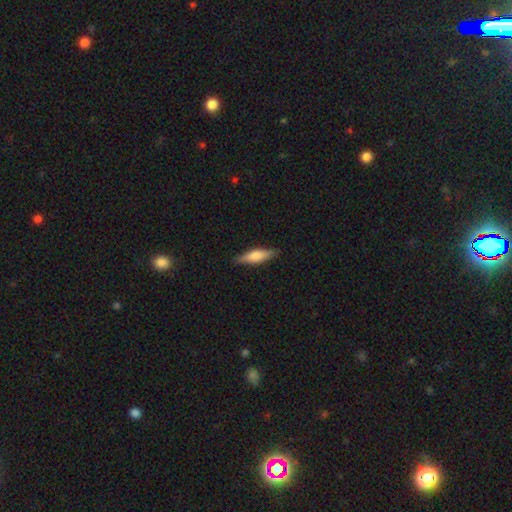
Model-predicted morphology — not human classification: Smooth or featured: smooth — 57% (featured or disk — 36%)
How rounded: cigar-shaped — 66% (in between — 32%)
Merging: none — 88% (minor disturbance — 9%)